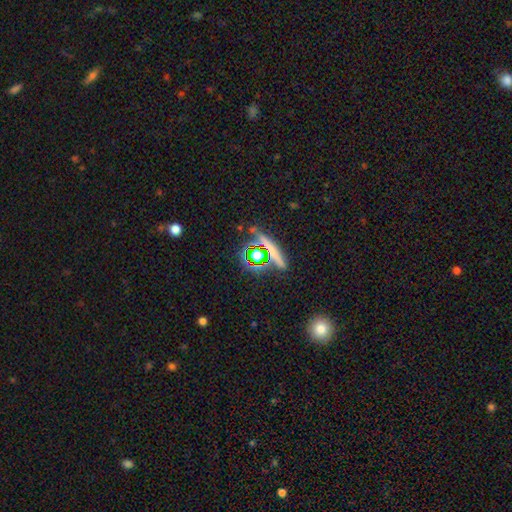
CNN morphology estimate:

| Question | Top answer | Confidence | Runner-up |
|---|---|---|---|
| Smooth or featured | star or artifact | 52% | smooth (32%) |